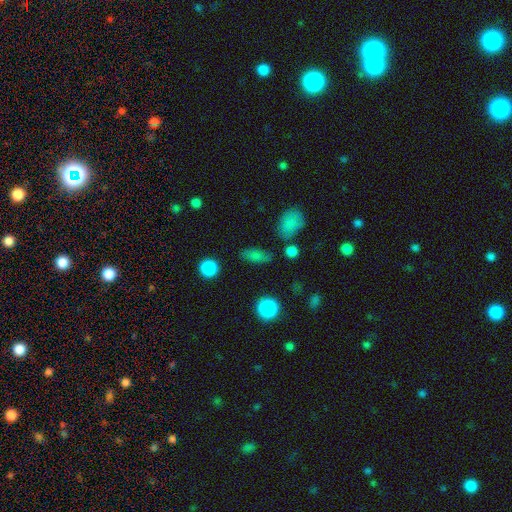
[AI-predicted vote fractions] The model was most divided on "merging": none: 75%, minor disturbance: 15%, merger: 5%, major disturbance: 5%. More confident: how rounded — in between (78%); smooth or featured — smooth (76%).